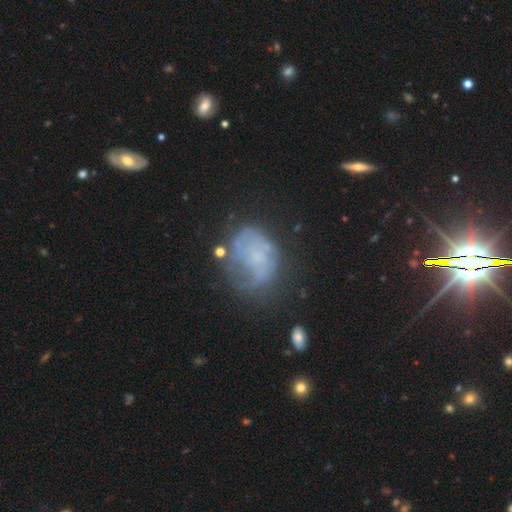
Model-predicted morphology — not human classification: This appears to be a featured or disk galaxy (56%) with no bar (82%), spiral arms (53%) and no central bulge (48%). Merging: none (46%).